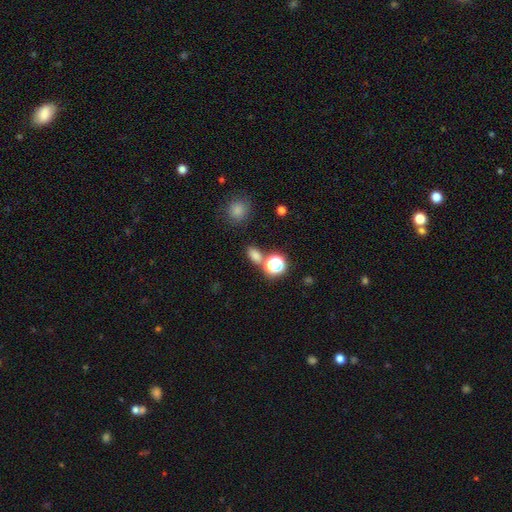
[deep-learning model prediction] A smooth galaxy with no disk features (73%) that is in between round and cigar-shaped (69%).

Vote fractions:
- Smooth or featured? smooth: 73% / star or artifact: 21% / featured or disk: 6%
- How rounded? in between: 69% / round: 29% / cigar-shaped: 3%
- Merging? none: 66% / merger: 19% / minor disturbance: 10% / major disturbance: 4%